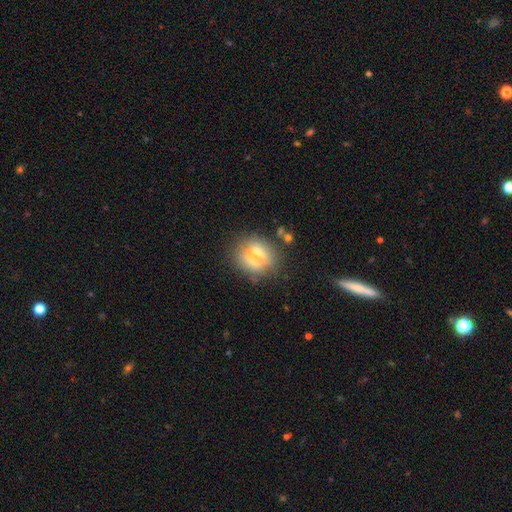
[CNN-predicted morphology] A smooth galaxy with no disk features (62%) that is round (80%). Merging: none (61%).